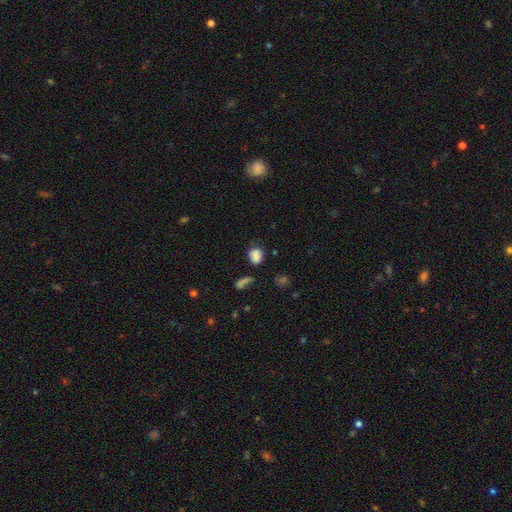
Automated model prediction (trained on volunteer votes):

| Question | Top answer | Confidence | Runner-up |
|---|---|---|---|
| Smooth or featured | smooth | 80% | star or artifact (13%) |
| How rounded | in between | 58% | round (40%) |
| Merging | none | 57% | minor disturbance (24%) |